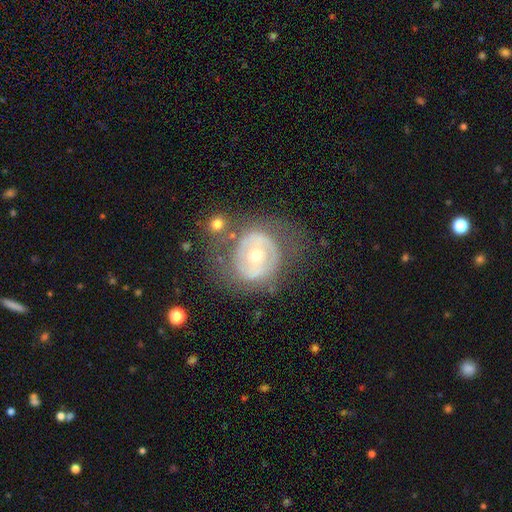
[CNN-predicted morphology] Smooth or featured? featured or disk (65%)
Edge-on disk? no (96%)
Bar? no (69%)
Spiral arms? no (64%)
Bulge size? moderate (55%)
Merging? none (60%)